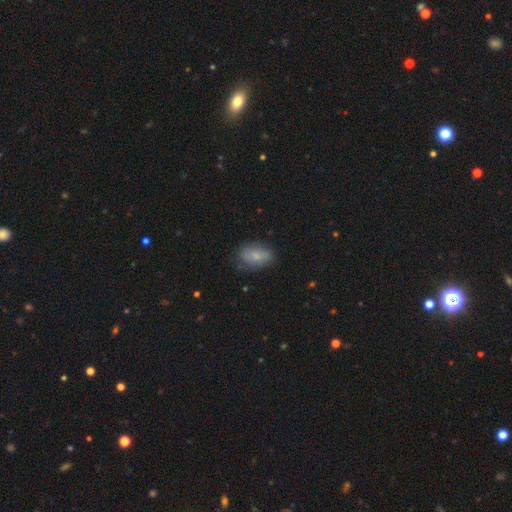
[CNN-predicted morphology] Smooth or featured? Predicted: smooth (p=0.68). How rounded? Predicted: in between (p=0.87). Merging? Predicted: none (p=0.72).